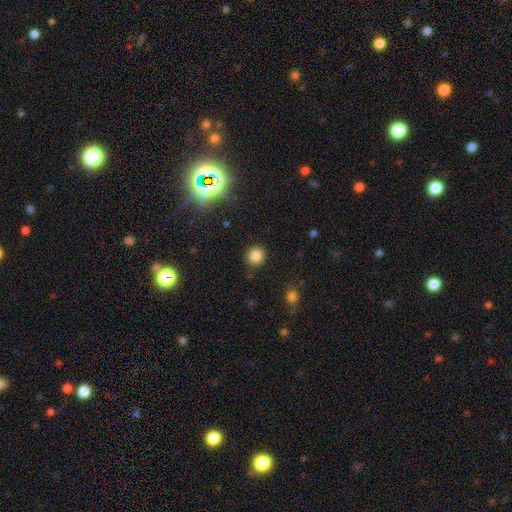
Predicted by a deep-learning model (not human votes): smooth_or_featured: smooth (p=0.80) [alt: star or artifact p=0.14]
how_rounded: round (p=0.92) [alt: in between p=0.07]
merging: none (p=0.90) [alt: minor disturbance p=0.06]